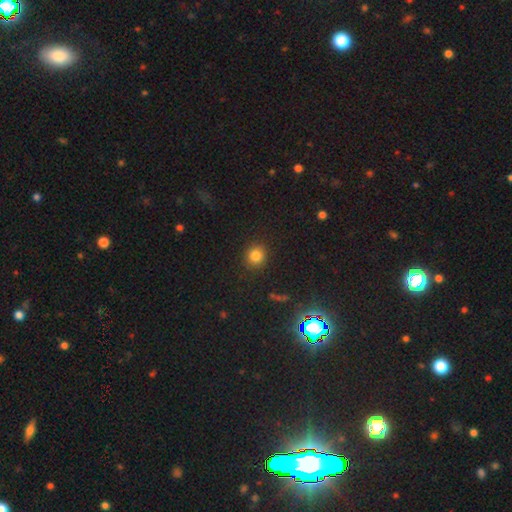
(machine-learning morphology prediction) This appears to be a smooth galaxy with no disk features (82%) that is round (90%). Merging: none (90%).